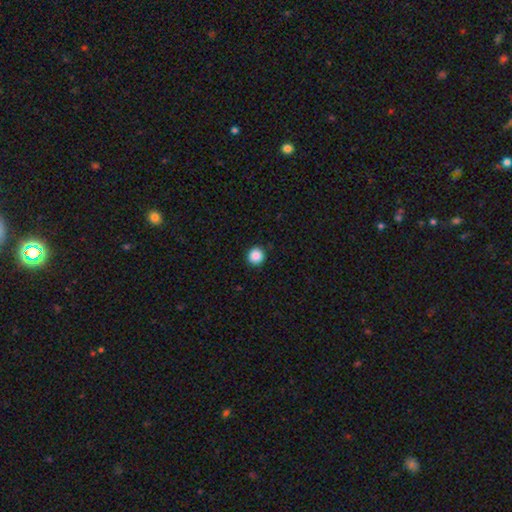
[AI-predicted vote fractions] This appears to be a smooth galaxy with no disk features (88%) that is round (94%). Merging: none (92%).